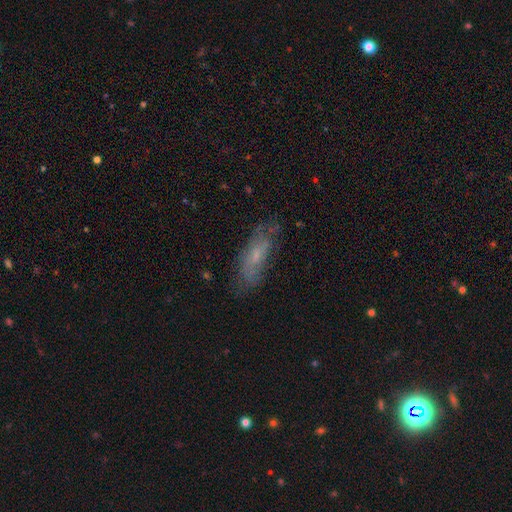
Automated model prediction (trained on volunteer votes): smooth_or_featured: smooth (p=0.51) [alt: featured or disk p=0.41]
how_rounded: in between (p=0.59) [alt: cigar-shaped p=0.39]
merging: none (p=0.62) [alt: minor disturbance p=0.24]